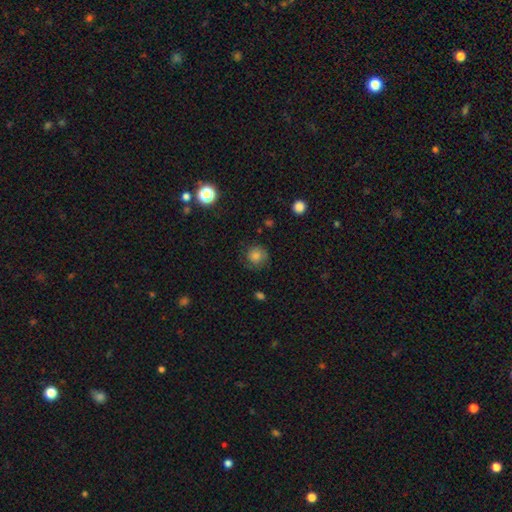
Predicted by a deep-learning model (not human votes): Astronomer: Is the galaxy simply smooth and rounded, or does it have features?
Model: smooth — 80%.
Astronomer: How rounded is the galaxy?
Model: round — 91%.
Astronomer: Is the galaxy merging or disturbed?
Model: none — 77%.